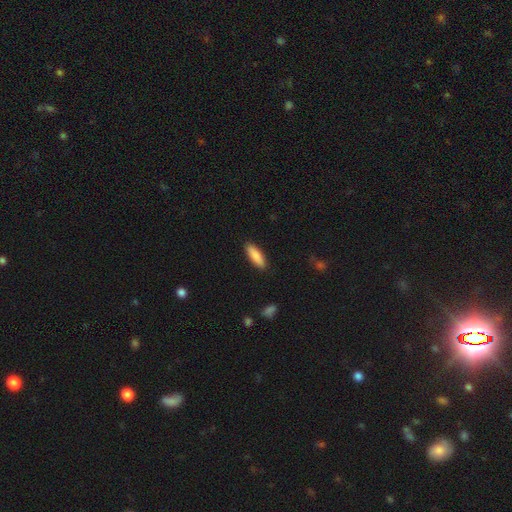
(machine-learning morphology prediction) type=smooth (87%); roundness=in between (56%); merging=none (89%).